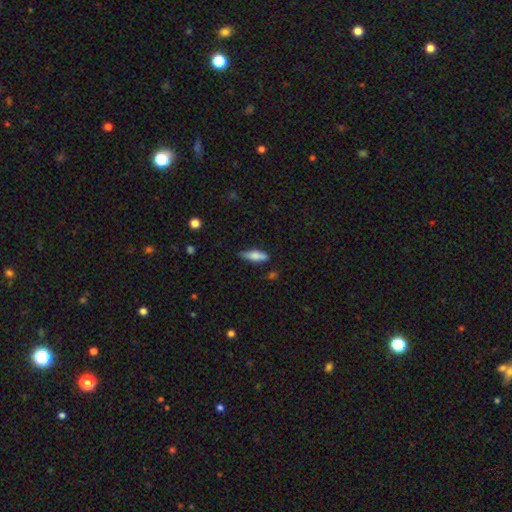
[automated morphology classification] type=smooth (73%); roundness=cigar-shaped (54%); merging=none (73%).